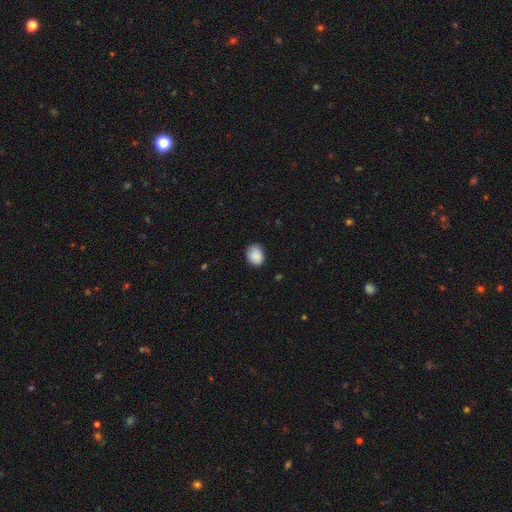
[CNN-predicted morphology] Overall: smooth (88%). How rounded: in between (56%; round 43%). Merging: none (75%).